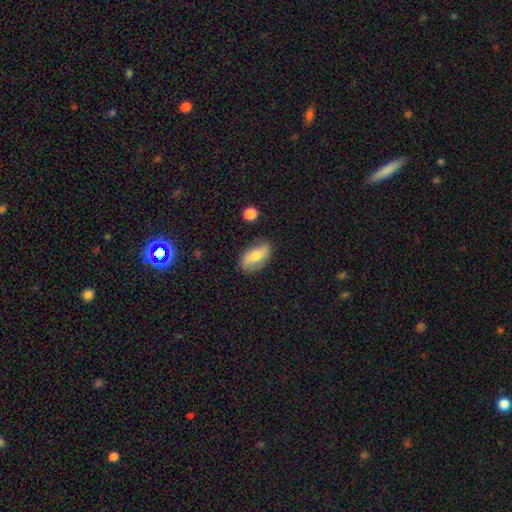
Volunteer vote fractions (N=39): Smooth or featured? 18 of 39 (46%) said featured or disk. Edge-on disk? 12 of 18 (67%) said no. Bar? 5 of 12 (42%) said no. Spiral arms? 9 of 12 (75%) said yes. Spiral winding? 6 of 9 (67%) said loose. Spiral arm count? 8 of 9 (89%) said 2. Bulge size? 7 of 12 (58%) said moderate. Merging? 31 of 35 (89%) said none.